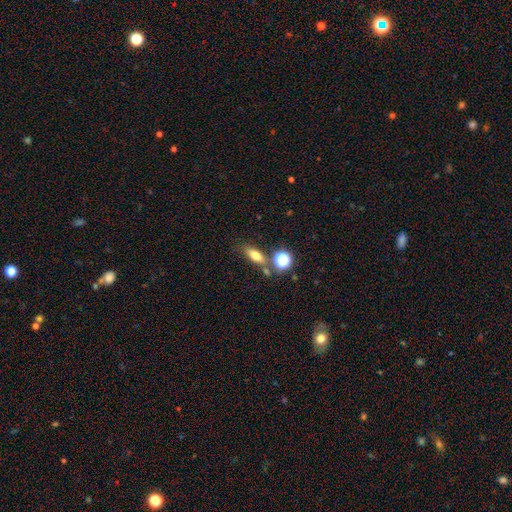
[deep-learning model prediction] Q: Smooth or featured?
A: smooth (70%); runner-up: featured or disk (17%)
Q: How rounded?
A: in between (63%); runner-up: cigar-shaped (23%)
Q: Merging?
A: none (66%); runner-up: merger (15%)